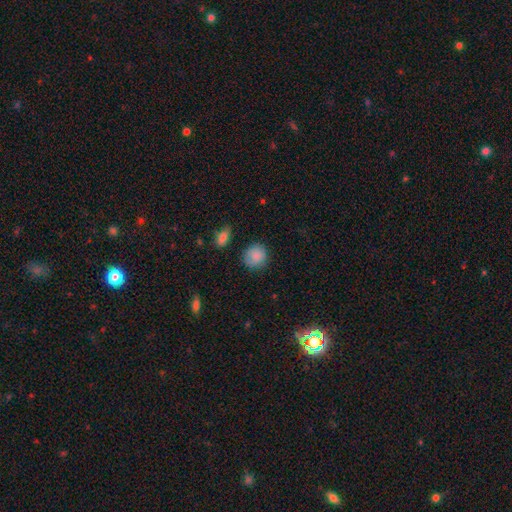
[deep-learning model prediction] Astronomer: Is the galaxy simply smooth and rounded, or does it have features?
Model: smooth — 86%.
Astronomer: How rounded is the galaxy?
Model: round — 85%.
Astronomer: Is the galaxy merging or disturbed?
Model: none — 78%.